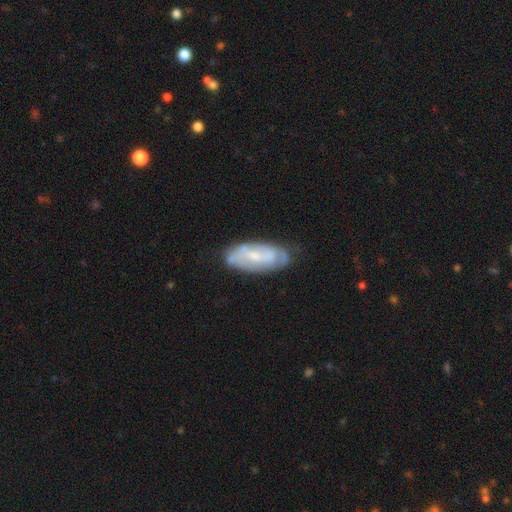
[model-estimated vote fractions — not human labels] Q: Smooth or featured?
A: featured or disk (66%); runner-up: smooth (27%)
Q: Edge-on disk?
A: no (90%); runner-up: yes (10%)
Q: Bar?
A: no (47%); runner-up: weak (42%)
Q: Spiral arms?
A: yes (76%); runner-up: no (24%)
Q: Bulge size?
A: small (51%); runner-up: moderate (37%)
Q: Merging?
A: none (70%); runner-up: minor disturbance (22%)